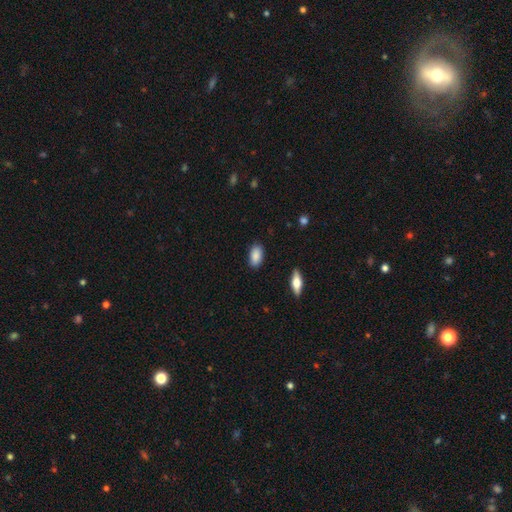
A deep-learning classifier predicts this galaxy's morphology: This appears to be a smooth galaxy with no disk features (88%) that is in between round and cigar-shaped (92%). Merging: none (87%).